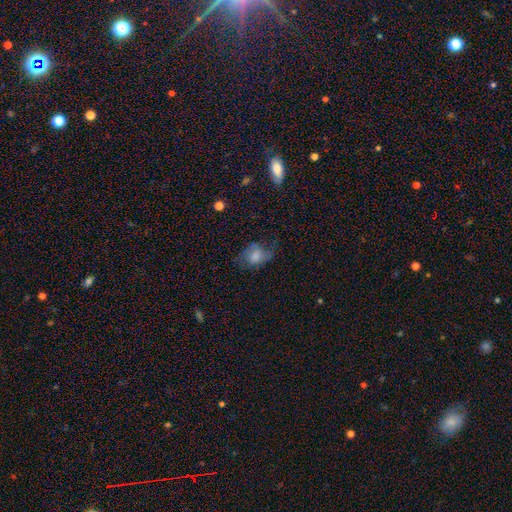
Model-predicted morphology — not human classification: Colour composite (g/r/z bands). It shows a smooth galaxy with no disk features (54%) that is in between round and cigar-shaped (73%). Merging: none (49%).